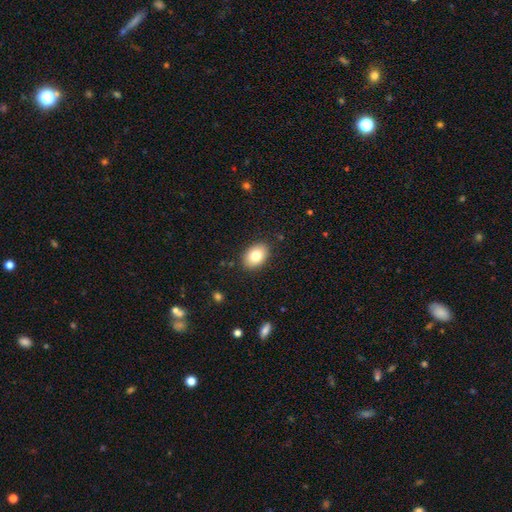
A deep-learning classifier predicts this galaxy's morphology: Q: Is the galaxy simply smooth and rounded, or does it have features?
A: smooth — 80%.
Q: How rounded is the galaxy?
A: in between — 81%.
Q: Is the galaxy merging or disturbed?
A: none — 88%.